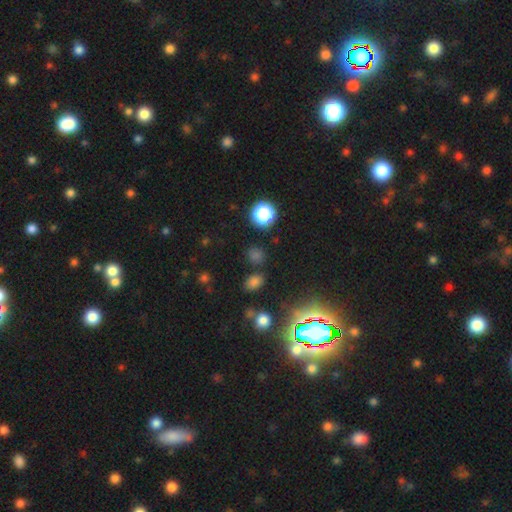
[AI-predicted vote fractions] The model was most divided on "smooth or featured": smooth: 55%, star or artifact: 39%, featured or disk: 6%. More confident: merging — none (80%); how rounded — round (61%).